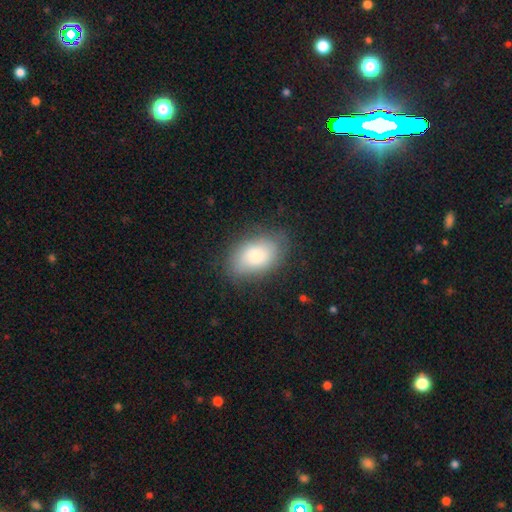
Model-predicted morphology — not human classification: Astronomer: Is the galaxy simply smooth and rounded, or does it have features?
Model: smooth — 79%.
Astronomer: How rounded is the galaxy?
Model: in between — 89%.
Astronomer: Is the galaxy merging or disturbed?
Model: none — 75%.